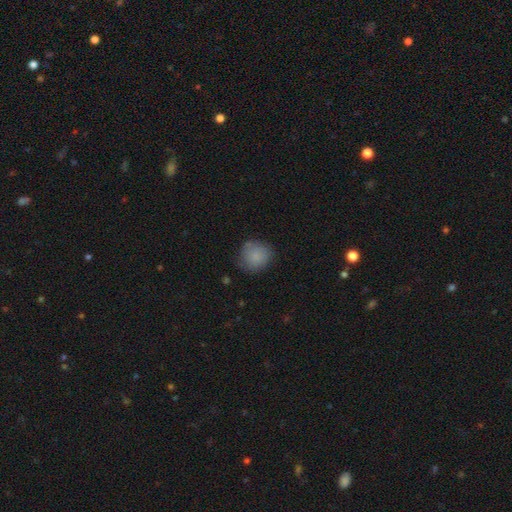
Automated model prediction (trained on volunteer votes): This appears to be a smooth galaxy with no disk features (84%) that is round (84%). Merging: none (71%).